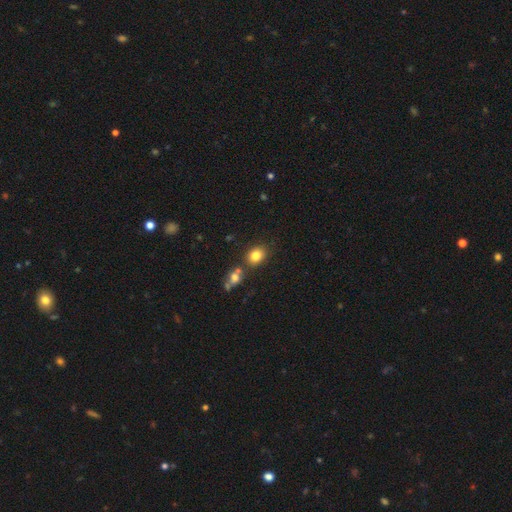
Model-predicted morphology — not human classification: Smooth or featured?
  - smooth: 81% *
  - star or artifact: 11%
  - featured or disk: 8%
How rounded?
  - in between: 53% *
  - round: 46%
  - cigar-shaped: 1%
Merging?
  - none: 71% *
  - merger: 14%
  - minor disturbance: 11%
  - major disturbance: 3%